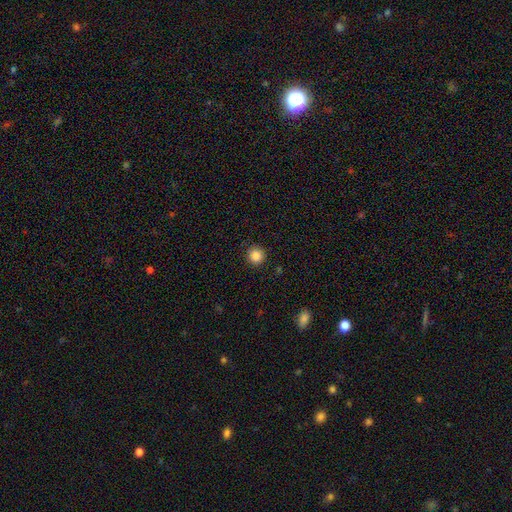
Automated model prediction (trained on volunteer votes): Smooth or featured?
  - smooth: 86% *
  - star or artifact: 10%
  - featured or disk: 3%
How rounded?
  - round: 94% *
  - in between: 5%
  - cigar-shaped: 1%
Merging?
  - none: 91% *
  - minor disturbance: 6%
  - major disturbance: 2%
  - merger: 1%